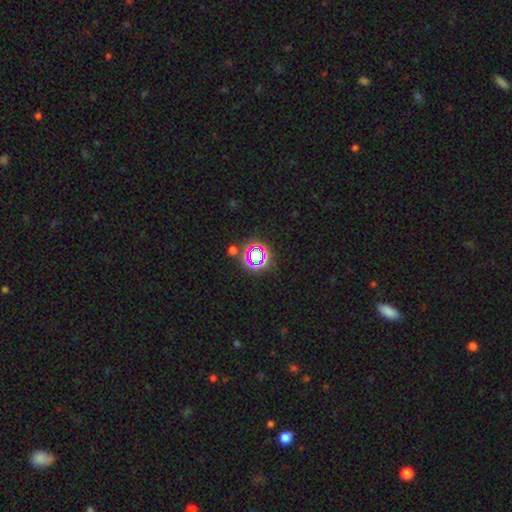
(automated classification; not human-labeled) This appears to be a star or artifact, not a galaxy (62%).